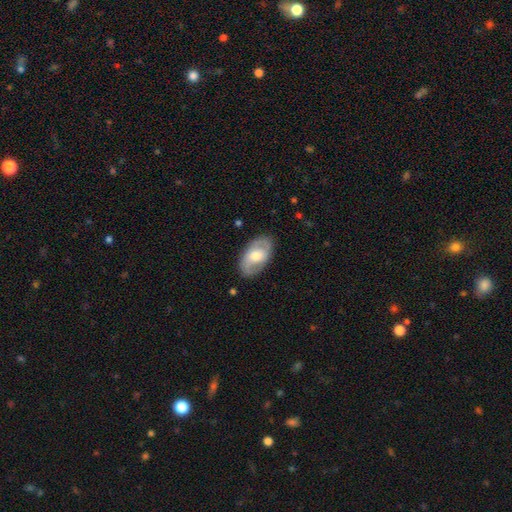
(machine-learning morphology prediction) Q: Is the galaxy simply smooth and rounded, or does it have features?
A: featured or disk — 59%.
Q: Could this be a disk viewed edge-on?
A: no — 93%.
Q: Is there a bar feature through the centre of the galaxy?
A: no — 52%.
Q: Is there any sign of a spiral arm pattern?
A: yes — 72%.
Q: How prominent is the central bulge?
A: moderate — 63%.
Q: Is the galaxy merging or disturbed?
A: none — 81%.